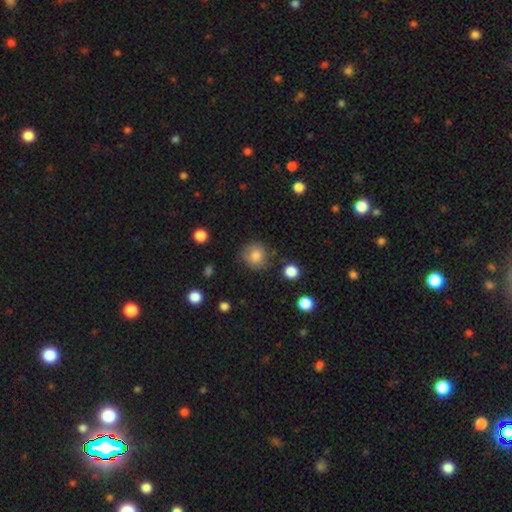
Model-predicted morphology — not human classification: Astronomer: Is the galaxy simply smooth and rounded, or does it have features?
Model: smooth — 82%.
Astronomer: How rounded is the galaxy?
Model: round — 87%.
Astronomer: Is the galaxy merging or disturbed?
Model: none — 77%.